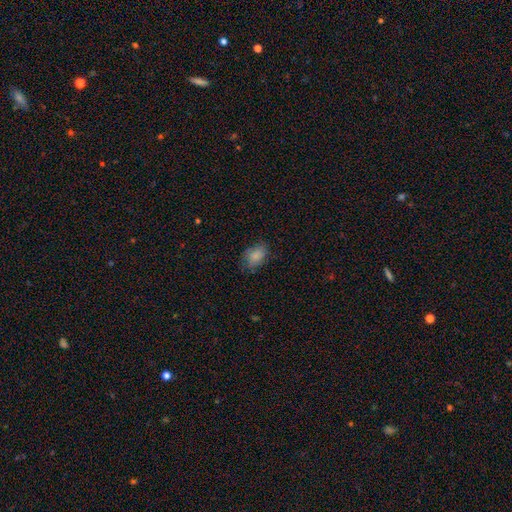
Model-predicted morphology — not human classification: Q: Smooth or featured?
A: smooth (84%); runner-up: featured or disk (8%)
Q: How rounded?
A: in between (80%); runner-up: round (19%)
Q: Merging?
A: none (73%); runner-up: minor disturbance (20%)